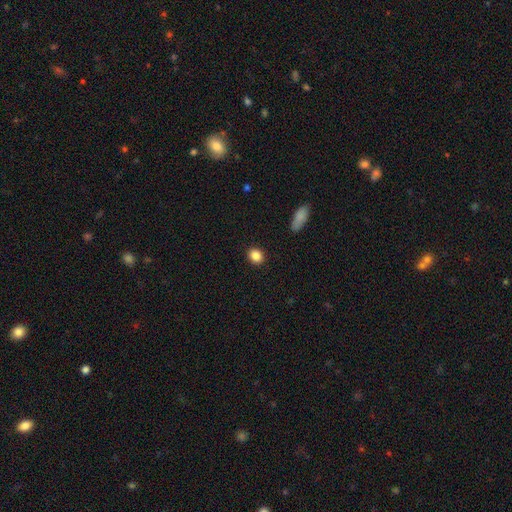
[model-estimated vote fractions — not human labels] A smooth galaxy with no disk features (87%) that is round (62%).

Vote fractions:
- Smooth or featured? smooth: 87% / star or artifact: 9% / featured or disk: 4%
- How rounded? round: 62% / in between: 37% / cigar-shaped: 1%
- Merging? none: 90% / minor disturbance: 7% / major disturbance: 2% / merger: 1%